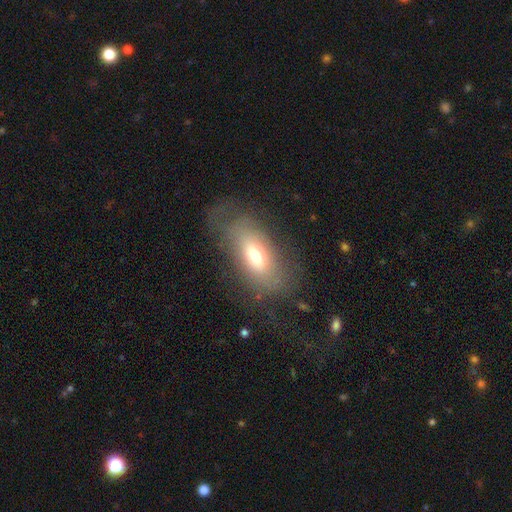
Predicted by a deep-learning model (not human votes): smooth 62%, featured or disk 27%, star or artifact 11%. Down the decision tree: how rounded — in between (85%); merging — none (63%).